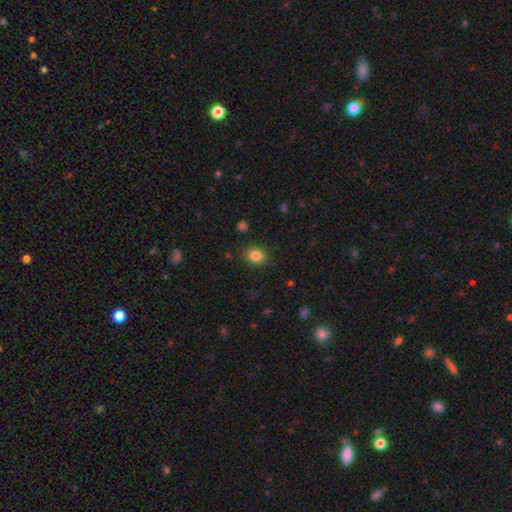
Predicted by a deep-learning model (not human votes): A smooth galaxy with no disk features (84%) that is round (63%). Merging: none (87%).